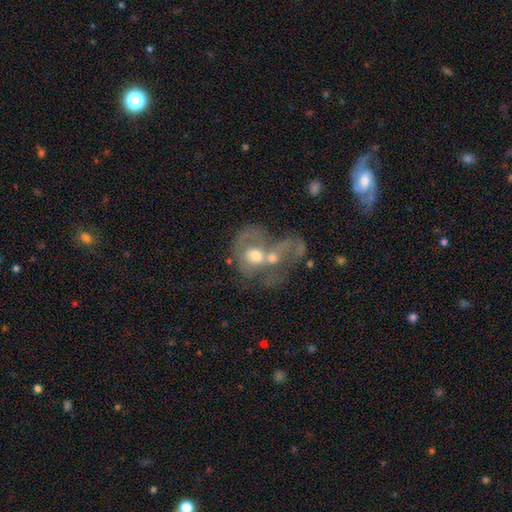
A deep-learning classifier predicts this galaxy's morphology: The model was most divided on "spiral arms": no: 62%, yes: 38%. More confident: edge-on disk — no (96%); bar — no (78%); merging — merger (72%); bulge size — moderate (67%); smooth or featured — featured or disk (59%).